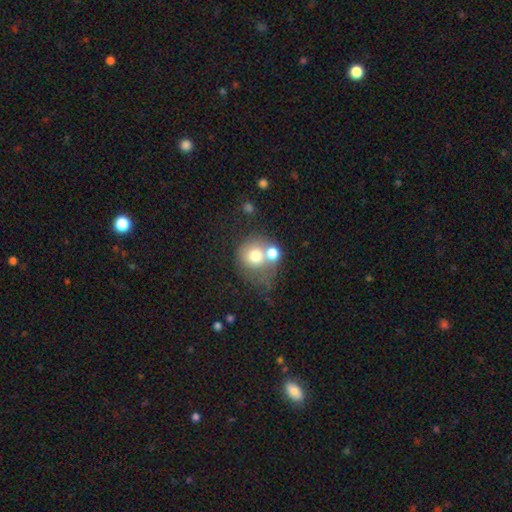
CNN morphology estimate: Smooth or featured? smooth (70%)
How rounded? round (83%)
Merging? merger (43%)